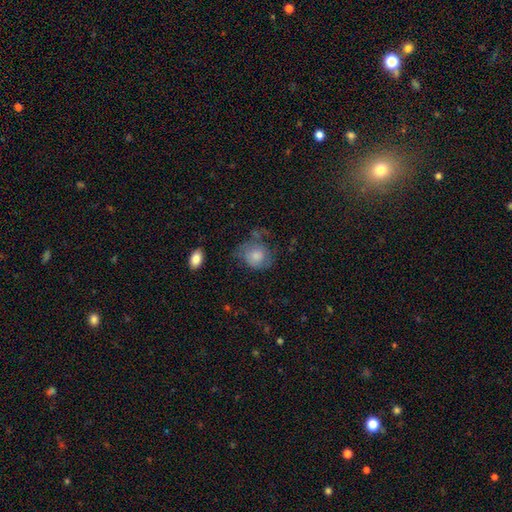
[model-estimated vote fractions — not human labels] smooth_or_featured: smooth (p=0.71) [alt: featured or disk p=0.21]
how_rounded: round (p=0.71) [alt: in between p=0.28]
merging: none (p=0.42) [alt: minor disturbance p=0.29]